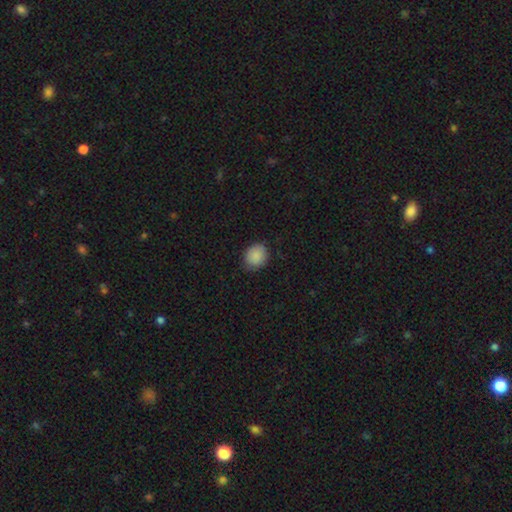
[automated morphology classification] Overall: smooth (86%). How rounded: round (69%; in between 30%). Merging: none (78%).